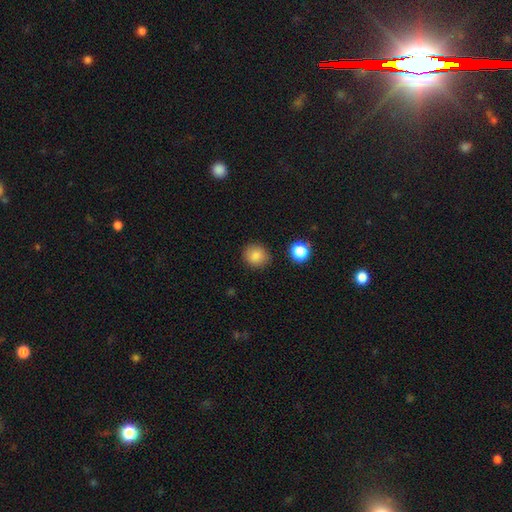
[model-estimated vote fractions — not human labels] A smooth galaxy with no disk features (85%) that is round (87%). Merging: none (88%).